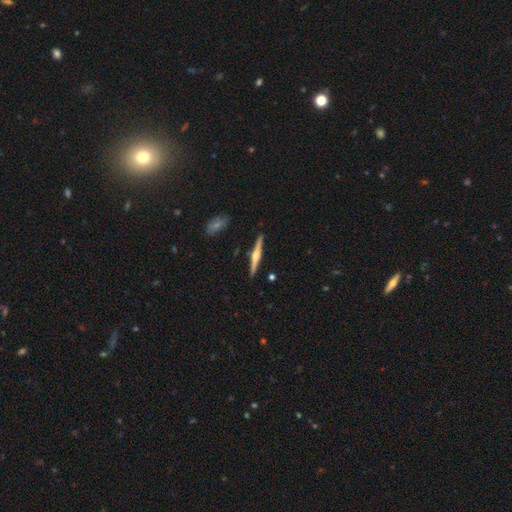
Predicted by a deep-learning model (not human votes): smooth-or-featured: featured or disk: 73% | smooth: 22% | star or artifact: 5%
  disk-edge-on: yes: 98% | no: 2%
    edge-on-bulge: rounded: 91% | boxy: 6% | none: 4%
  merging: none: 90% | minor disturbance: 6% | merger: 2% | major disturbance: 1%